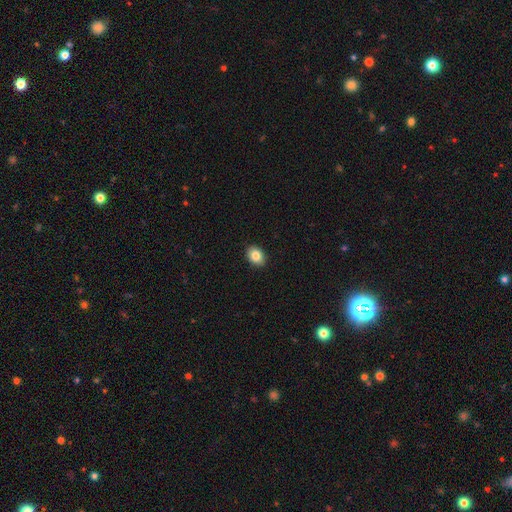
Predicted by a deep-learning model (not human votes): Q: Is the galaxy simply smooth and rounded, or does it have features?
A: smooth — 84%.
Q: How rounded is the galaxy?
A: in between — 69%.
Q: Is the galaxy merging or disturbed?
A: none — 91%.